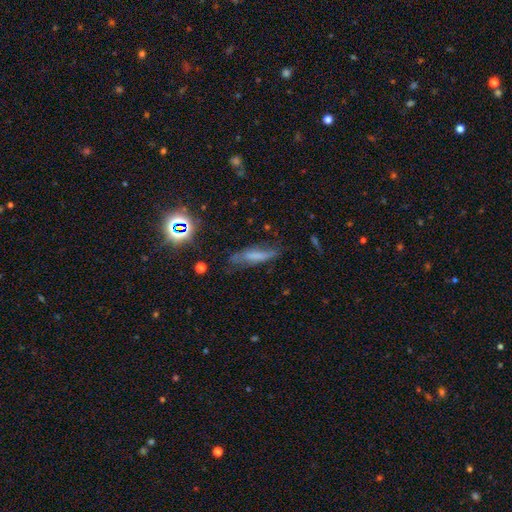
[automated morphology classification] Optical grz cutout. It shows a smooth galaxy with no disk features (53%) that is cigar-shaped (72%). Merging: none (59%).